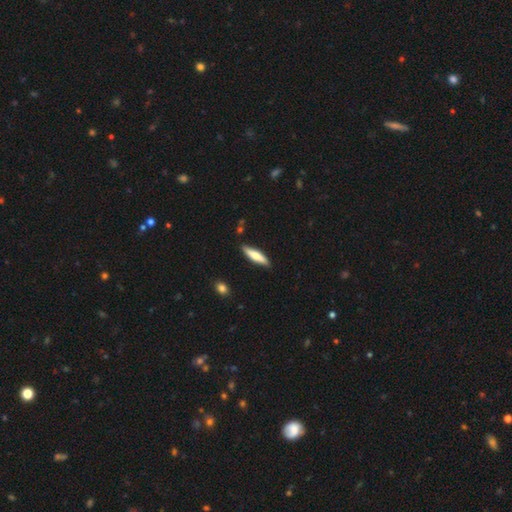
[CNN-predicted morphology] type=smooth (62%); roundness=cigar-shaped (76%); merging=none (86%).